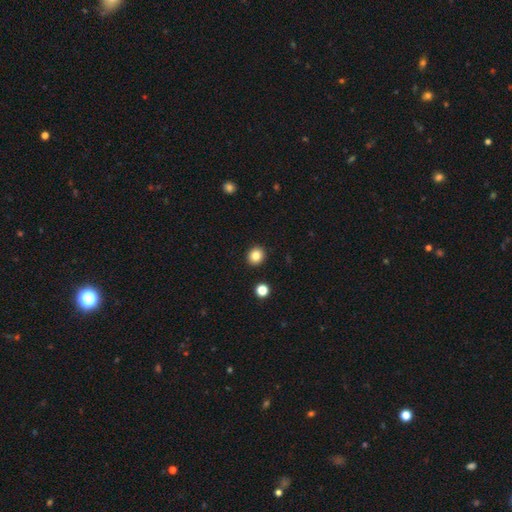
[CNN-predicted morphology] smooth_or_featured: smooth (p=0.84) [alt: star or artifact p=0.11]
how_rounded: round (p=0.84) [alt: in between p=0.15]
merging: none (p=0.92) [alt: minor disturbance p=0.05]